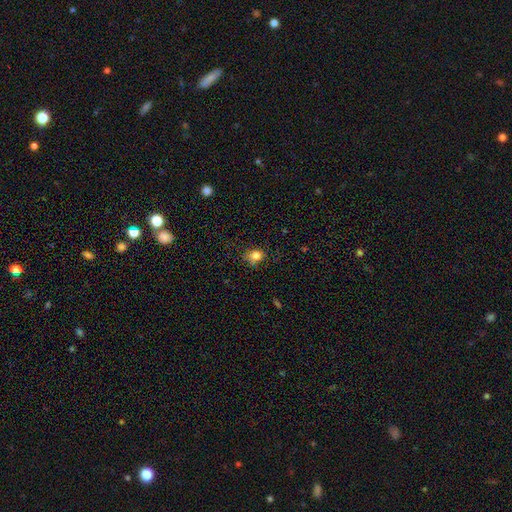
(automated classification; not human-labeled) A smooth galaxy with no disk features (82%) that is round (54%).

Vote fractions:
- Smooth or featured? smooth: 82% / star or artifact: 12% / featured or disk: 7%
- How rounded? round: 54% / in between: 45% / cigar-shaped: 1%
- Merging? none: 70% / minor disturbance: 22% / major disturbance: 6% / merger: 2%